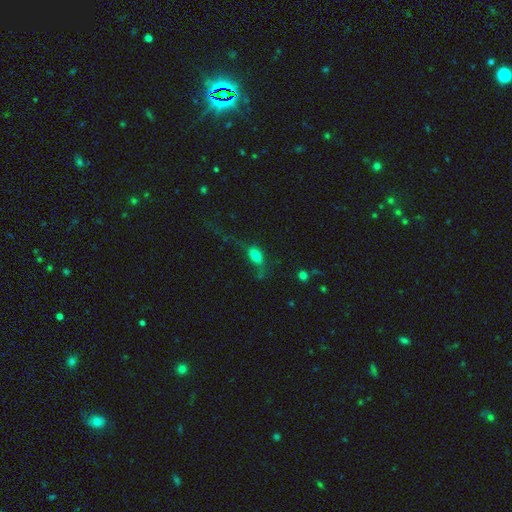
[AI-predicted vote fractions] Smooth or featured?
  - smooth: 73% *
  - featured or disk: 15%
  - star or artifact: 12%
How rounded?
  - in between: 84% *
  - cigar-shaped: 8%
  - round: 7%
Merging?
  - none: 40% *
  - major disturbance: 33%
  - minor disturbance: 21%
  - merger: 6%